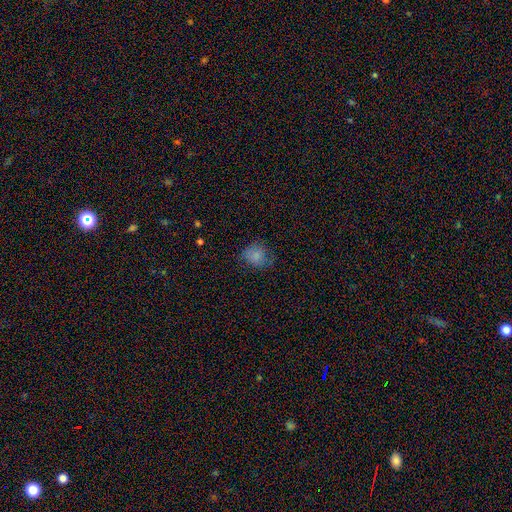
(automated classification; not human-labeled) Overall: smooth (78%). How rounded: round (72%). Merging: none (68%).